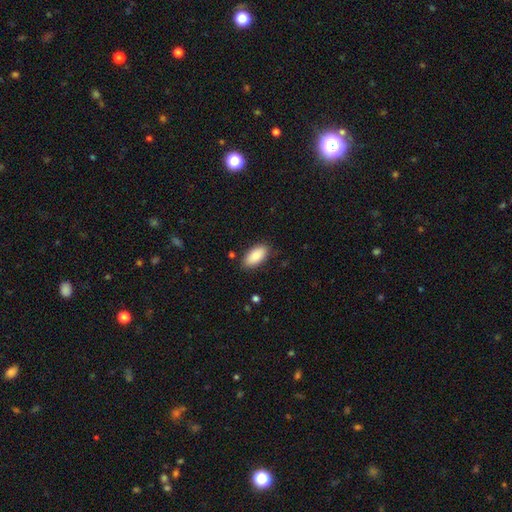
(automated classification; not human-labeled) A smooth galaxy with no disk features (87%) that is in between round and cigar-shaped (92%). Merging: none (85%).